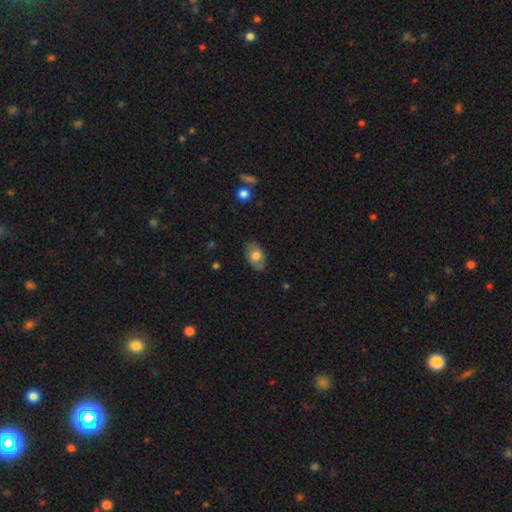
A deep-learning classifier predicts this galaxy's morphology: type=smooth (68%); roundness=in between (89%); merging=none (80%).